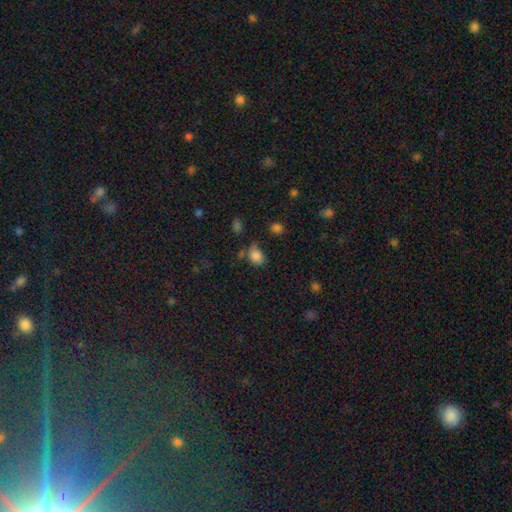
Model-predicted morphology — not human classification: smooth 82%, star or artifact 12%, featured or disk 6%. Down the decision tree: how rounded — in between (61%); merging — none (52%).